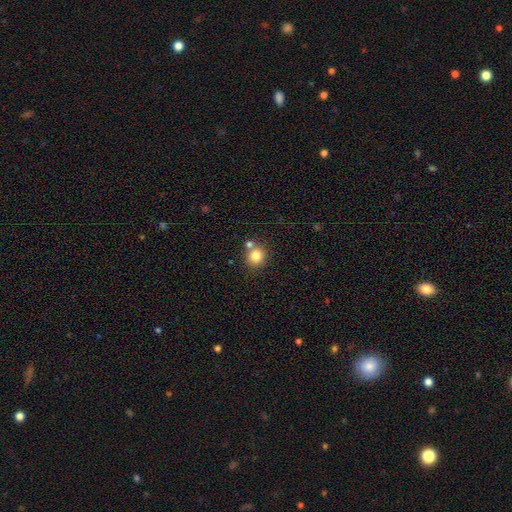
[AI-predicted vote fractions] Smooth or featured? smooth (82%)
How rounded? round (87%)
Merging? none (69%)